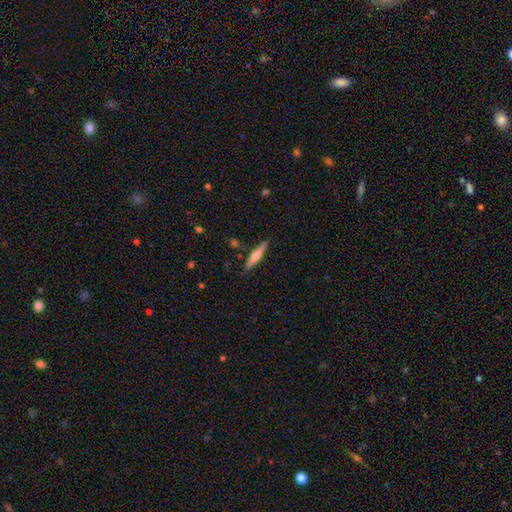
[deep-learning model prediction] A smooth galaxy with no disk features (50%) that is cigar-shaped (86%). Merging: none (86%).